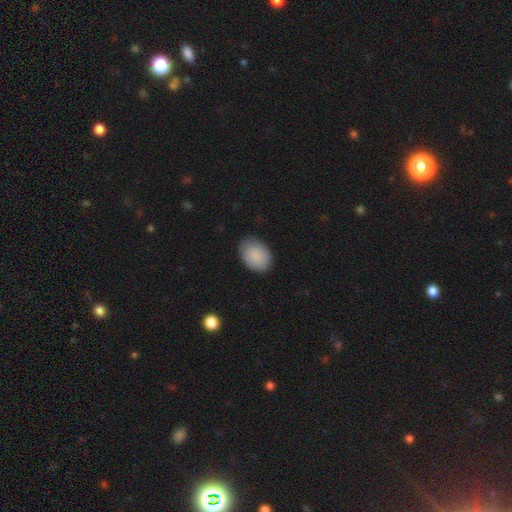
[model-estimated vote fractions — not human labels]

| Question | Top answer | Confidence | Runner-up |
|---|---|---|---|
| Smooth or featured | smooth | 89% | star or artifact (6%) |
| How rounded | in between | 76% | round (23%) |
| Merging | none | 81% | minor disturbance (15%) |